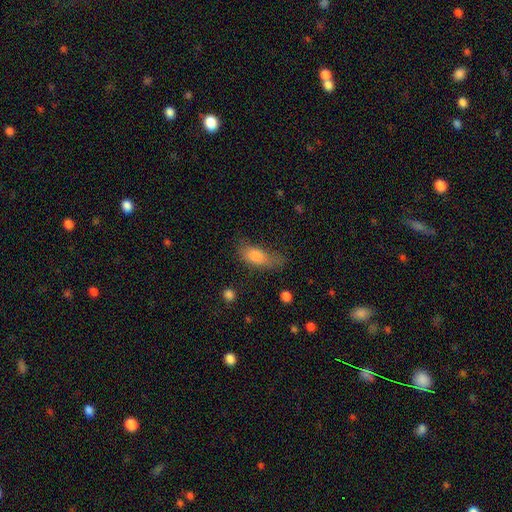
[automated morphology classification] type=smooth (77%); roundness=in between (78%); merging=none (38%).